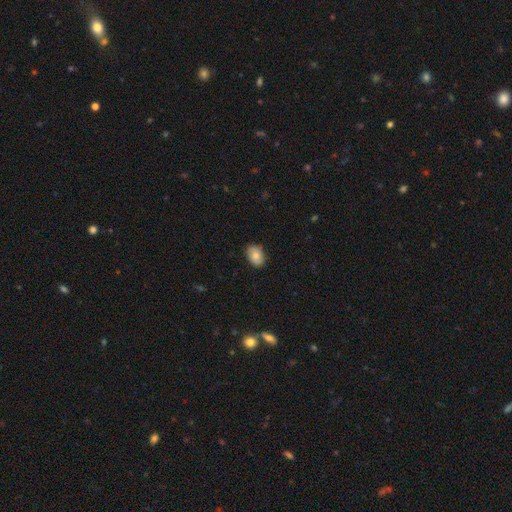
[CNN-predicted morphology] smooth 79%, featured or disk 13%, star or artifact 8%. Down the decision tree: how rounded — in between (81%); merging — none (82%).